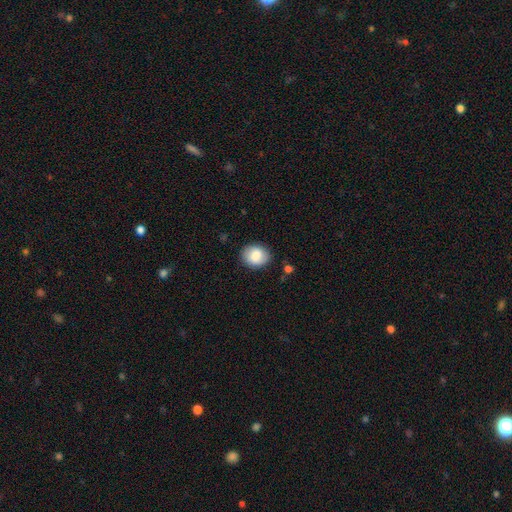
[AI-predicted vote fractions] Morphology: type=smooth (79%); roundness=round (55%); merging=none (84%).